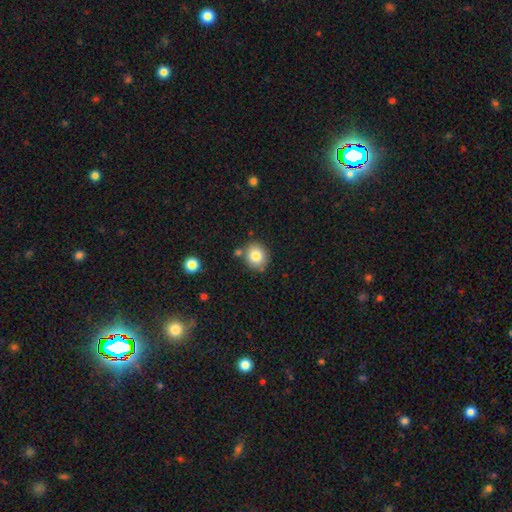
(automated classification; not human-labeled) A smooth galaxy with no disk features (82%) that is round (75%). Merging: none (77%).